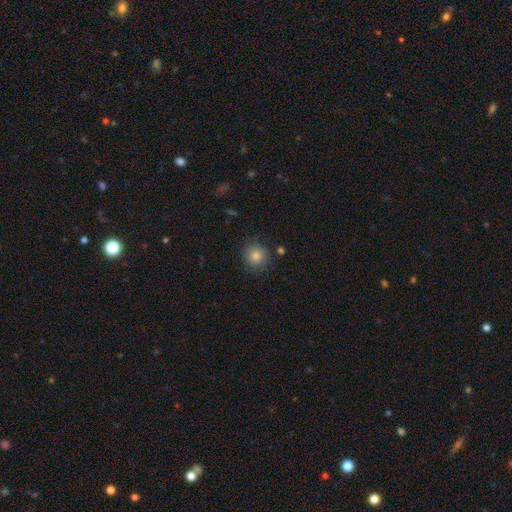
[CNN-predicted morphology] Smooth or featured?
  - smooth: 82% *
  - star or artifact: 11%
  - featured or disk: 7%
How rounded?
  - round: 92% *
  - in between: 7%
  - cigar-shaped: 1%
Merging?
  - none: 86% *
  - minor disturbance: 9%
  - major disturbance: 3%
  - merger: 2%